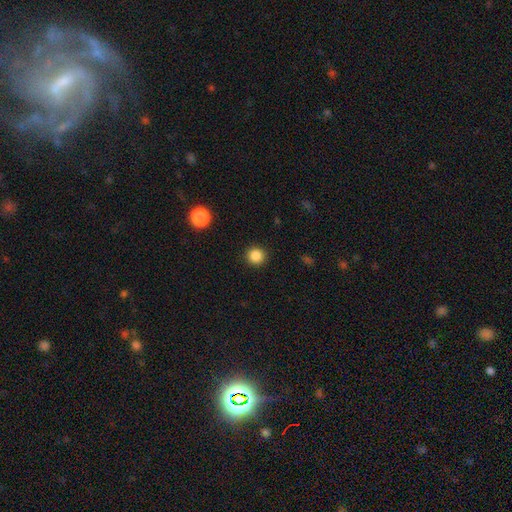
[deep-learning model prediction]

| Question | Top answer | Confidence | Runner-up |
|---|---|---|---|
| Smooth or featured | smooth | 86% | star or artifact (11%) |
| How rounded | round | 94% | in between (5%) |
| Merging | none | 92% | minor disturbance (5%) |